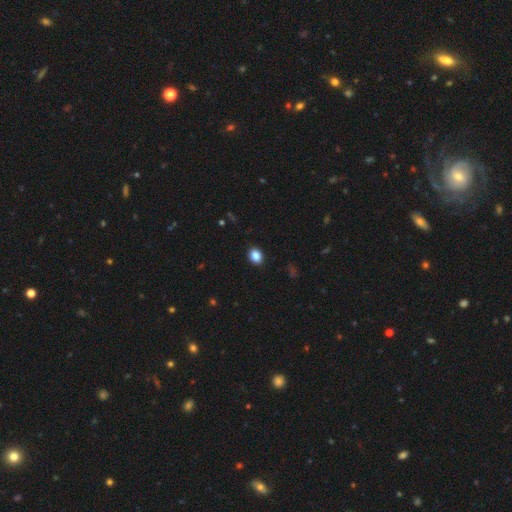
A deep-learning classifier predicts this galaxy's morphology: A smooth galaxy with no disk features (87%) that is in between round and cigar-shaped (53%).

Vote fractions:
- Smooth or featured? smooth: 87% / star or artifact: 10% / featured or disk: 4%
- How rounded? in between: 53% / round: 46% / cigar-shaped: 1%
- Merging? none: 91% / minor disturbance: 6% / major disturbance: 2% / merger: 1%